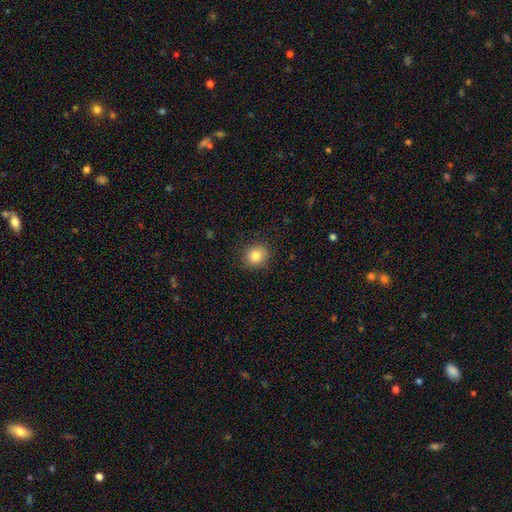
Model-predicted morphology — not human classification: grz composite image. It shows a smooth galaxy with no disk features (83%) that is round (84%). Merging: none (89%).